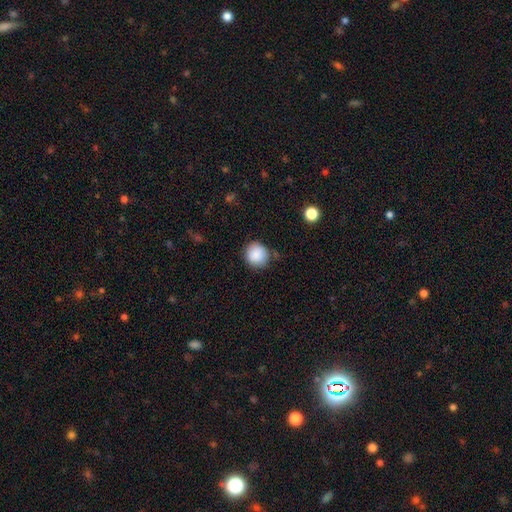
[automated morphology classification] Q: Smooth or featured?
A: smooth (88%); runner-up: star or artifact (8%)
Q: How rounded?
A: round (90%); runner-up: in between (9%)
Q: Merging?
A: none (79%); runner-up: minor disturbance (15%)